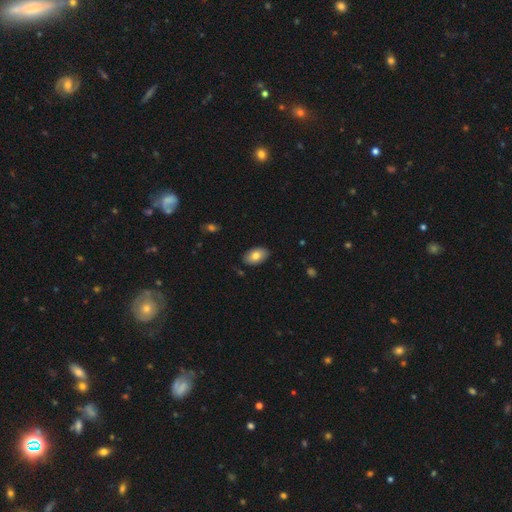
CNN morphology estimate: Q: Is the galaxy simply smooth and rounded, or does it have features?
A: smooth — 78%.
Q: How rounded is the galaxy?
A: in between — 92%.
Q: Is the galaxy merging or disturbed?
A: none — 86%.